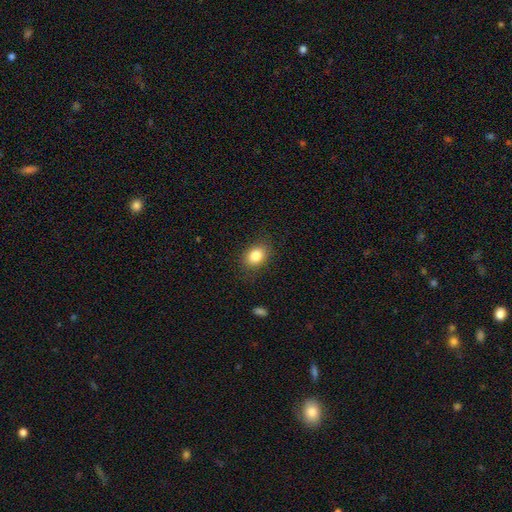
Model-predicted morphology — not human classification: This appears to be a smooth galaxy with no disk features (84%) that is in between round and cigar-shaped (68%). Merging: none (85%).